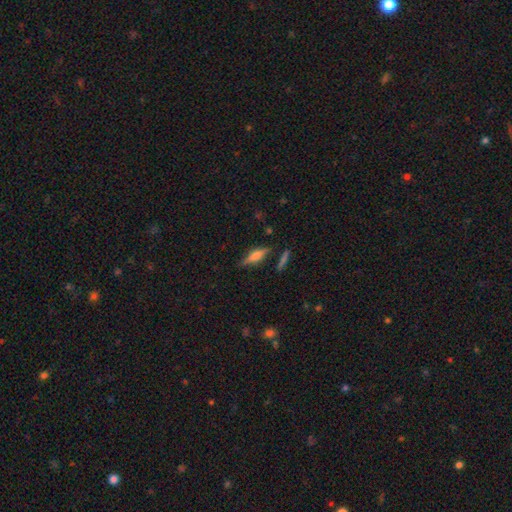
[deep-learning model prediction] The model was most divided on "smooth or featured": featured or disk: 49%, smooth: 43%, star or artifact: 8%. More confident: merging — none (81%).